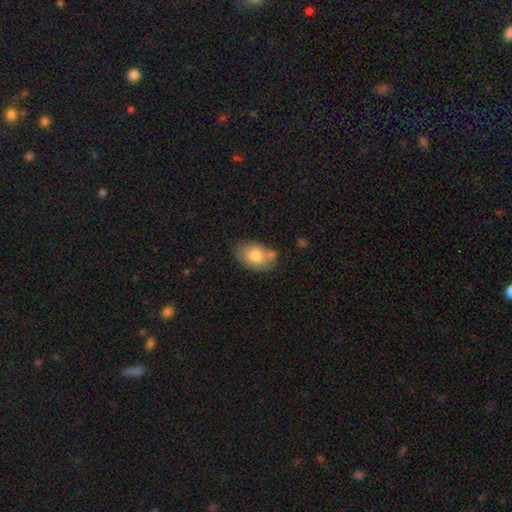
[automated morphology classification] Overall: smooth (77%). How rounded: in between (84%). Merging: none (58%; minor disturbance 23%).